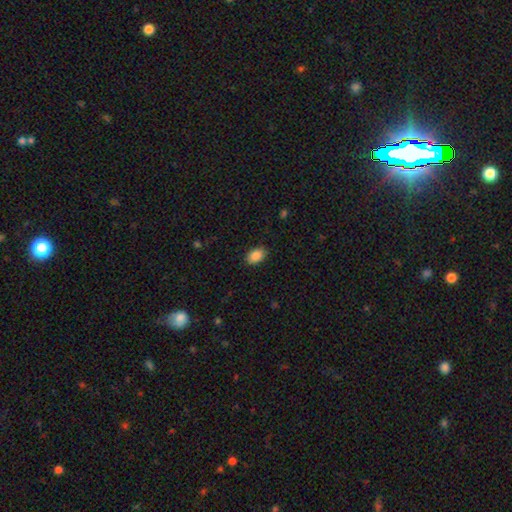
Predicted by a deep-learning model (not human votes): A smooth galaxy with no disk features (88%) that is in between round and cigar-shaped (88%). Merging: none (87%).